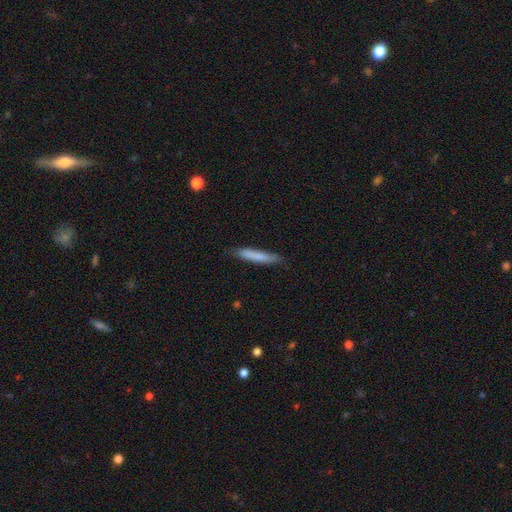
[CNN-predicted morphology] A smooth galaxy with no disk features (76%) that is cigar-shaped (93%).

Vote fractions:
- Smooth or featured? smooth: 76% / featured or disk: 18% / star or artifact: 6%
- How rounded? cigar-shaped: 93% / in between: 6% / round: 1%
- Merging? none: 85% / minor disturbance: 12% / major disturbance: 2% / merger: 1%